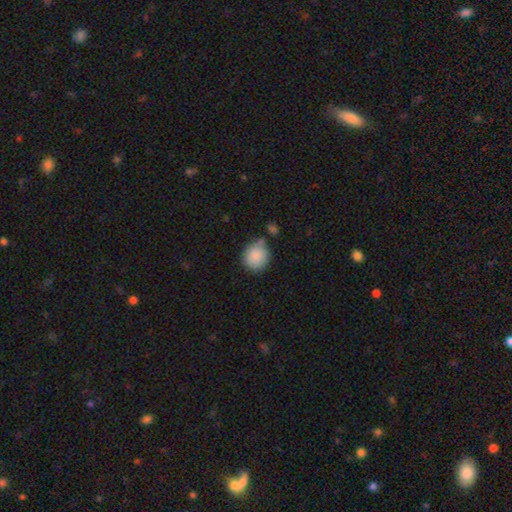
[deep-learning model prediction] Morphology: type=smooth (88%); roundness=round (86%); merging=none (68%).